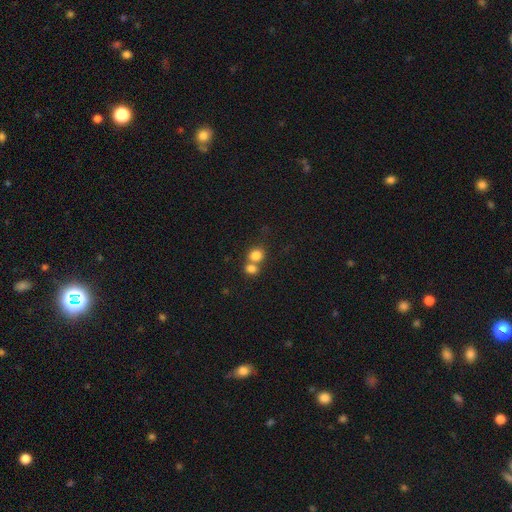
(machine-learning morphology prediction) type=smooth (80%); roundness=round (74%); merging=merger (52%).